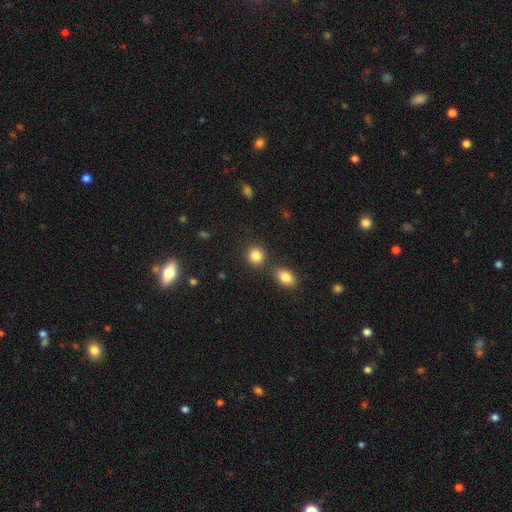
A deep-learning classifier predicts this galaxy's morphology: Smooth or featured: smooth — 85% (star or artifact — 10%)
How rounded: round — 84% (in between — 15%)
Merging: none — 77% (merger — 12%)